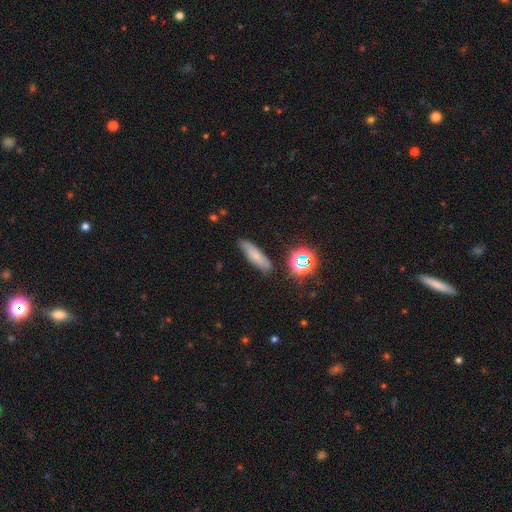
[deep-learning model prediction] Q: Smooth or featured?
A: smooth (69%); runner-up: featured or disk (17%)
Q: How rounded?
A: cigar-shaped (64%); runner-up: in between (32%)
Q: Merging?
A: none (79%); runner-up: minor disturbance (15%)